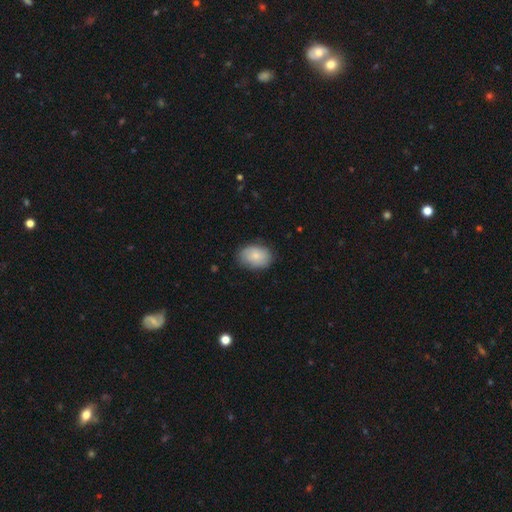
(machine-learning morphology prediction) A smooth galaxy with no disk features (82%) that is in between round and cigar-shaped (80%). Merging: none (81%).